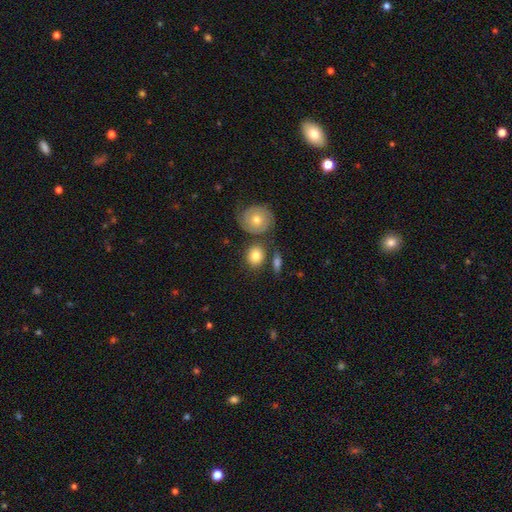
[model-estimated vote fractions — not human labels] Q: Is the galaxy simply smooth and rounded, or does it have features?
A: smooth — 75%.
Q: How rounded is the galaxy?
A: round — 61%.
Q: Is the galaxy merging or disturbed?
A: none — 65%.